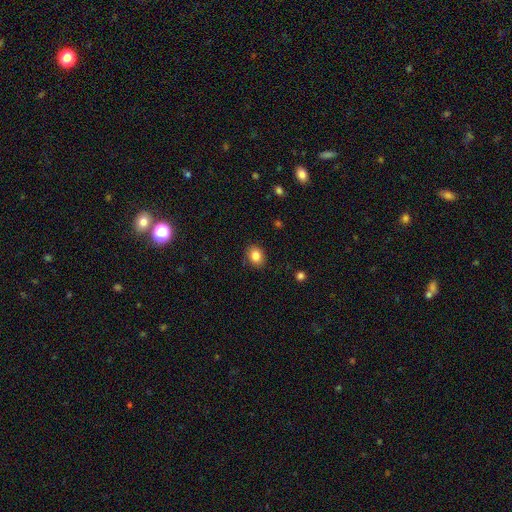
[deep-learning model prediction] Smooth or featured? smooth (84%)
How rounded? in between (50%)
Merging? none (85%)